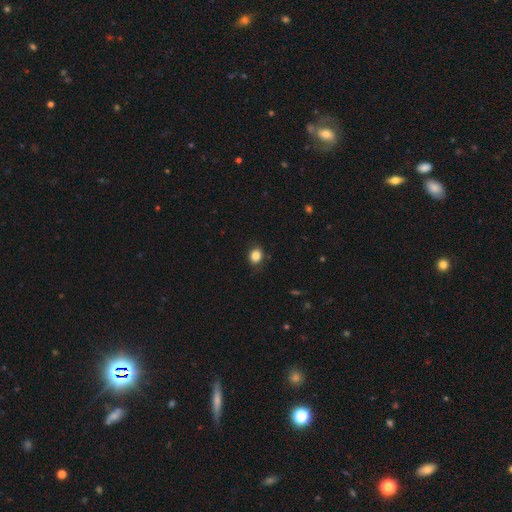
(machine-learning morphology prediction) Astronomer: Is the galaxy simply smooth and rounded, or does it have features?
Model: smooth — 85%.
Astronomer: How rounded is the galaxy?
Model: round — 55% (runner-up: in between, 44%).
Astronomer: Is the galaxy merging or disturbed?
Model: none — 84%.